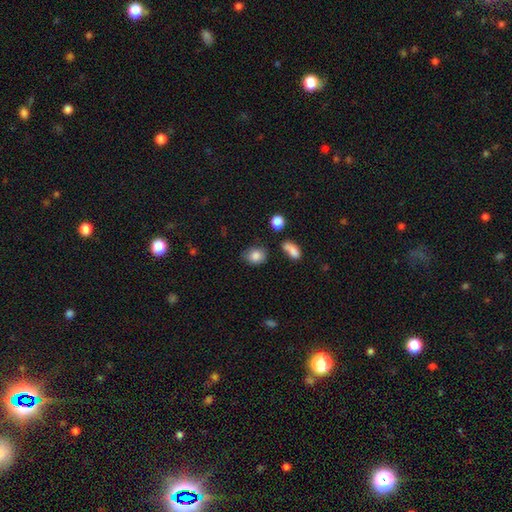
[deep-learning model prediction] A smooth galaxy with no disk features (84%) that is in between round and cigar-shaped (51%).

Vote fractions:
- Smooth or featured? smooth: 84% / star or artifact: 9% / featured or disk: 7%
- How rounded? in between: 51% / round: 48% / cigar-shaped: 1%
- Merging? none: 66% / minor disturbance: 21% / merger: 7% / major disturbance: 6%